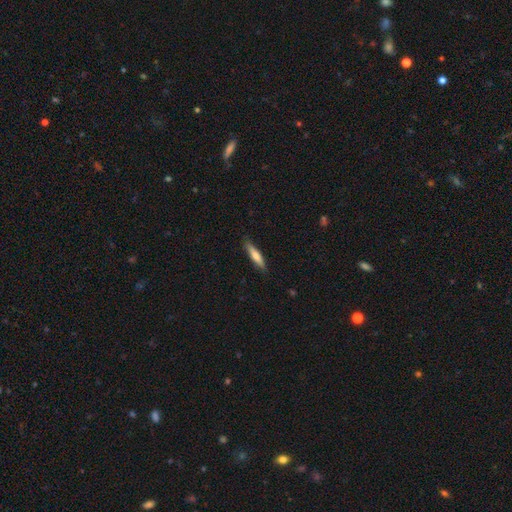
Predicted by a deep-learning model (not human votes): This appears to be a smooth galaxy with no disk features (63%) that is cigar-shaped (84%). Merging: none (87%).